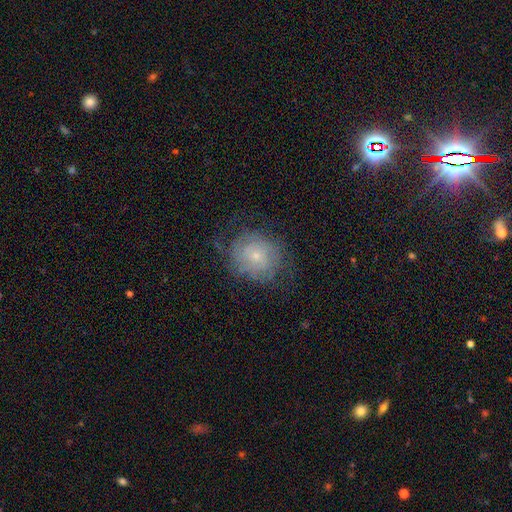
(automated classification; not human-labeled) smooth-or-featured: featured or disk: 56% | smooth: 35% | star or artifact: 9%
  disk-edge-on: no: 97% | yes: 3%
    bar: no: 77% | weak: 20% | strong: 3%
    has-spiral-arms: yes: 77% | no: 23%
    bulge-size: small: 68% | moderate: 26% | none: 3% | large: 2% | dominant: 1%
  merging: none: 64% | minor disturbance: 21% | major disturbance: 14% | merger: 1%